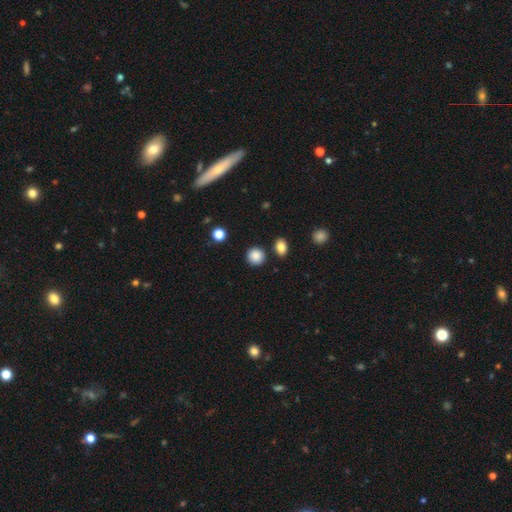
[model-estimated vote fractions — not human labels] smooth 87%, star or artifact 10%, featured or disk 4%. Down the decision tree: how rounded — round (90%); merging — none (87%).